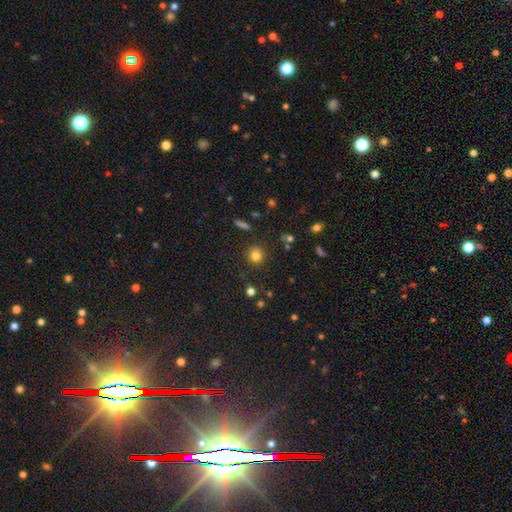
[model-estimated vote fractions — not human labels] A smooth galaxy with no disk features (81%) that is round (87%). Merging: none (86%).